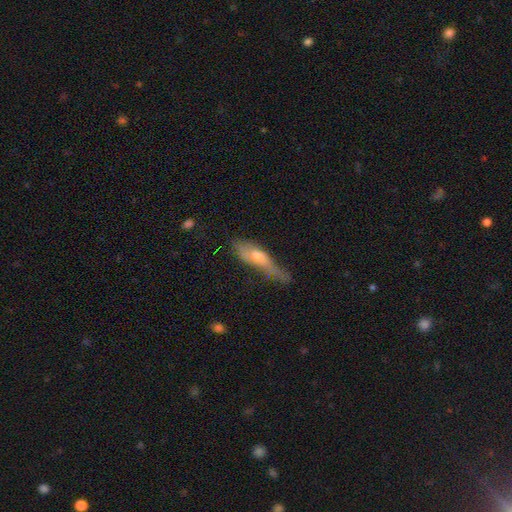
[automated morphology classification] smooth 52%, featured or disk 41%, star or artifact 8%. Down the decision tree: how rounded — cigar-shaped (68%); merging — minor disturbance (35%).